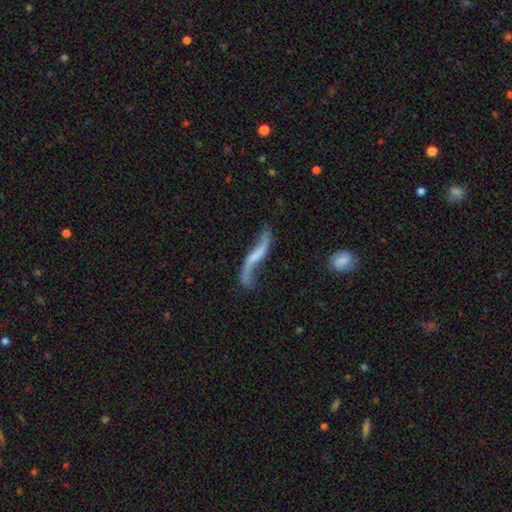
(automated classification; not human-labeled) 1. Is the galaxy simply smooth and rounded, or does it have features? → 82% featured or disk, 12% smooth, 6% star or artifact.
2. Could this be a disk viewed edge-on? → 82% no, 18% yes.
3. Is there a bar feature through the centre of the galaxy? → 39% no, 36% weak, 25% strong.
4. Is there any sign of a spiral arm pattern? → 91% yes, 9% no.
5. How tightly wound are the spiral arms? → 95% loose, 3% medium, 2% tight.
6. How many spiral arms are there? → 90% 2, 5% 1, 2% can't tell, 1% 3, 1% 4, 1% more than 4.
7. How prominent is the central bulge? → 54% none, 29% small, 13% moderate, 3% large, 2% dominant.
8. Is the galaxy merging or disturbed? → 58% none, 20% minor disturbance, 15% major disturbance, 6% merger.